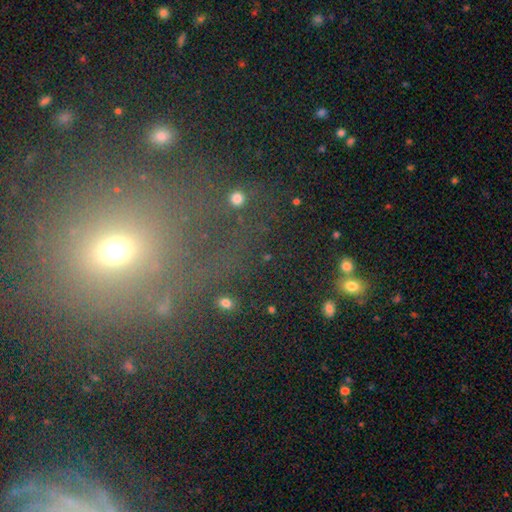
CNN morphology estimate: A star or artifact, not a galaxy (45%).

Vote fractions:
- Smooth or featured? star or artifact: 45% / smooth: 39% / featured or disk: 16%